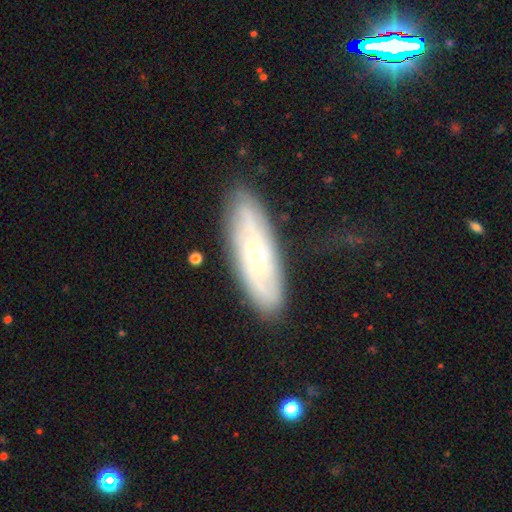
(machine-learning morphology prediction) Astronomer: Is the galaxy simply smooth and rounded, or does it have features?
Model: featured or disk — 72%.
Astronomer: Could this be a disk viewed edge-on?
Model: no — 80%.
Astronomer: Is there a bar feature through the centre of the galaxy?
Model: no — 78%.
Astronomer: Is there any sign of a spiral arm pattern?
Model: yes — 79%.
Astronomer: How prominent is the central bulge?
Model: small — 62%.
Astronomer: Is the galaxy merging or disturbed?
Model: none — 82%.